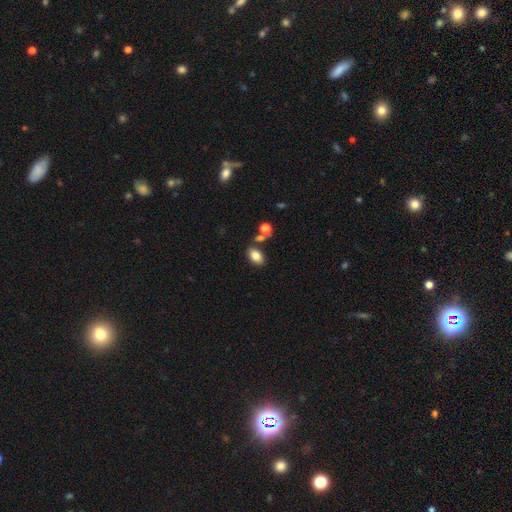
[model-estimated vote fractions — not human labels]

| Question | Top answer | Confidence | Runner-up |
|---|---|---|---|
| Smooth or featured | smooth | 82% | star or artifact (9%) |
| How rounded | in between | 88% | round (11%) |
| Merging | none | 72% | merger (13%) |